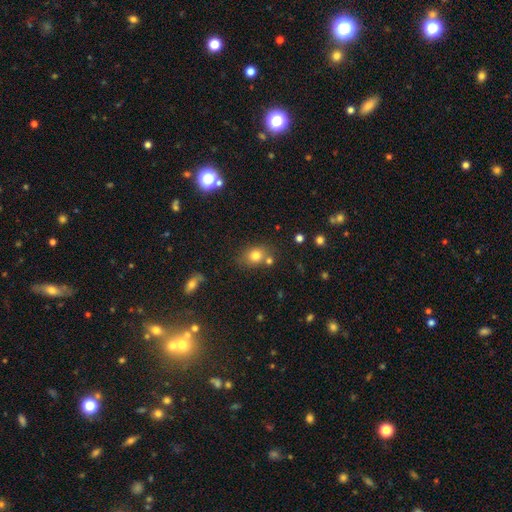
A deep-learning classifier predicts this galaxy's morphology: smooth 78%, star or artifact 13%, featured or disk 10%. Down the decision tree: how rounded — round (51%); merging — none (65%).